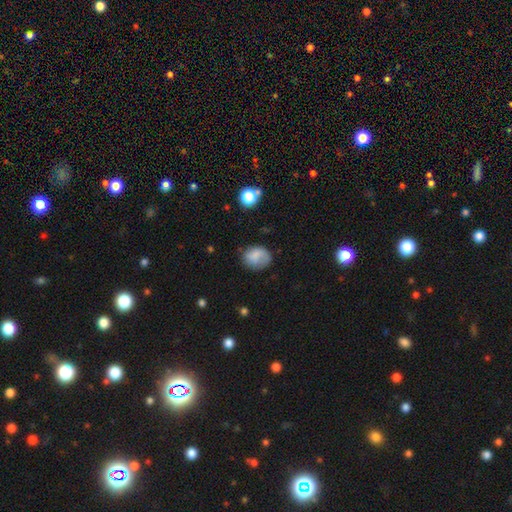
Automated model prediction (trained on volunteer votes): This is likely a smooth galaxy (70%). How rounded: possibly round (55%). Merging: possibly none (58%).